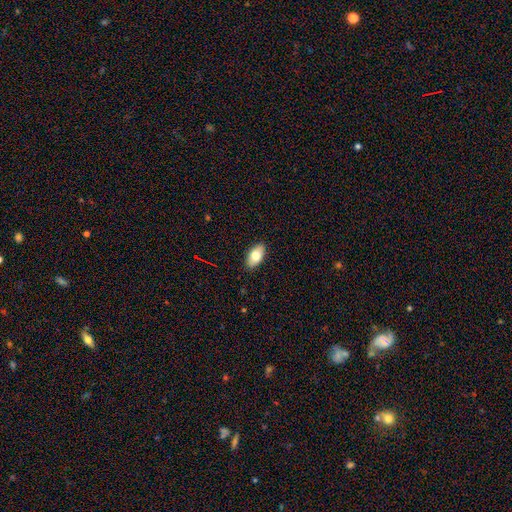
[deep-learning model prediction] smooth-or-featured: smooth: 76% | featured or disk: 17% | star or artifact: 7%
  how-rounded: in between: 92% | round: 4% | cigar-shaped: 4%
  merging: none: 88% | minor disturbance: 9% | major disturbance: 2% | merger: 1%